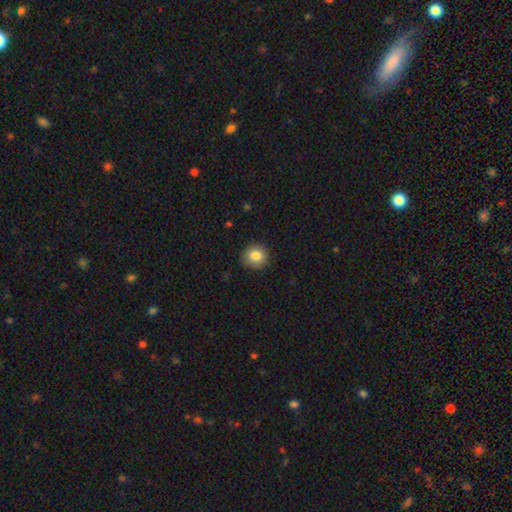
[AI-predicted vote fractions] Q: Smooth or featured?
A: smooth (84%); runner-up: star or artifact (9%)
Q: How rounded?
A: round (88%); runner-up: in between (11%)
Q: Merging?
A: none (86%); runner-up: minor disturbance (11%)